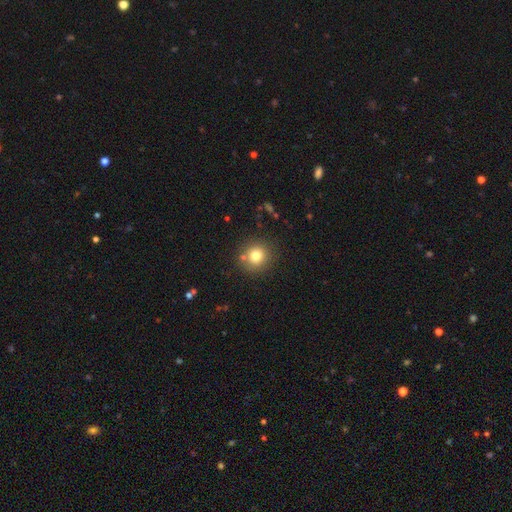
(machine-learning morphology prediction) The model was most divided on "smooth or featured": smooth: 78%, star or artifact: 13%, featured or disk: 10%. More confident: how rounded — round (92%); merging — none (82%).